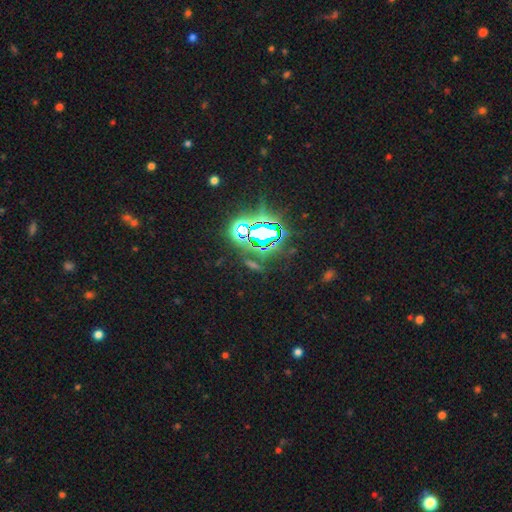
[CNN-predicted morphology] A star or artifact, not a galaxy (84%).